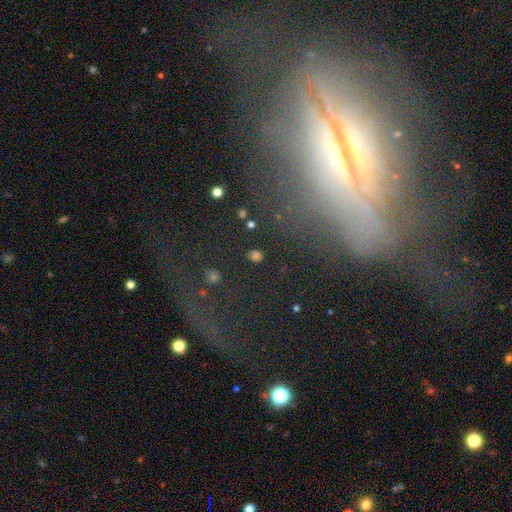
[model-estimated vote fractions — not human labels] The model was most divided on "how rounded": round: 66%, in between: 32%, cigar-shaped: 2%. More confident: merging — none (87%); smooth or featured — smooth (70%).